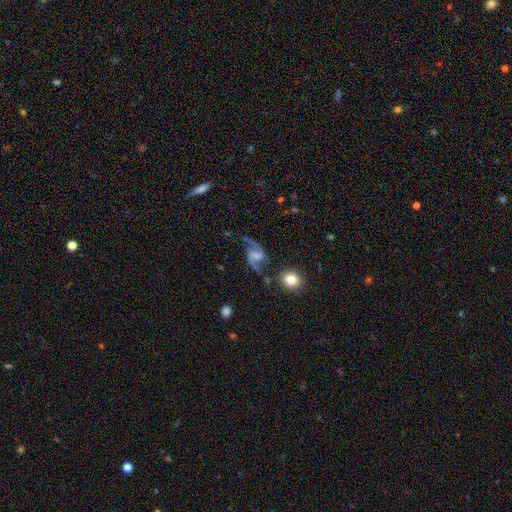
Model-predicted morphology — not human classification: The model was most divided on "bulge size": none: 34%, small: 29%, moderate: 26%, large: 9%, dominant: 2%. Remaining: edge-on disk — no (98%); spiral arms — yes (96%); spiral arm count — 2 (93%); smooth or featured — featured or disk (86%); spiral winding — loose (70%); merging — none (65%); bar — weak (46%).